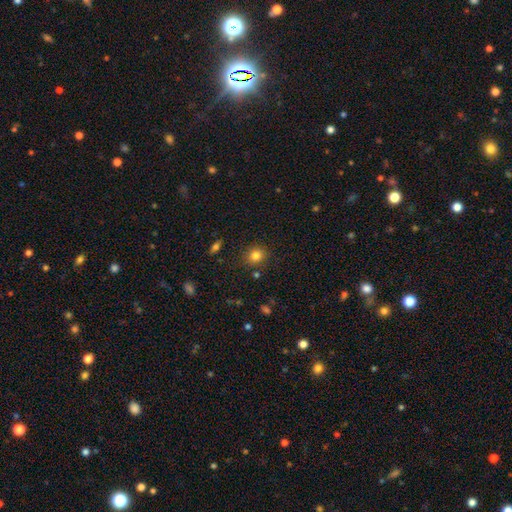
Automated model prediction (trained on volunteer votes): A smooth galaxy with no disk features (82%) that is round (78%). Merging: none (85%).